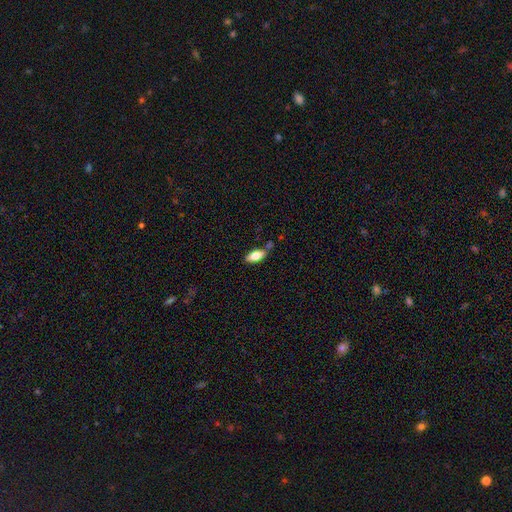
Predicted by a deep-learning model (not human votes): smooth 74%, featured or disk 19%, star or artifact 7%. Down the decision tree: how rounded — in between (83%); merging — none (66%).